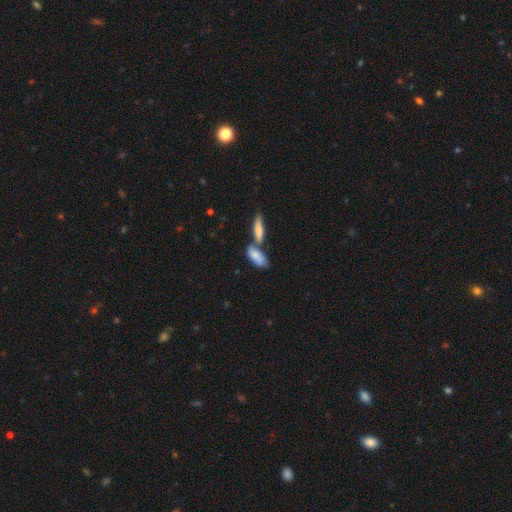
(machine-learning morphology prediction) A smooth galaxy with no disk features (76%) that is in between round and cigar-shaped (75%).

Vote fractions:
- Smooth or featured? smooth: 76% / featured or disk: 18% / star or artifact: 6%
- How rounded? in between: 75% / cigar-shaped: 22% / round: 3%
- Merging? merger: 51% / none: 36% / minor disturbance: 10% / major disturbance: 3%